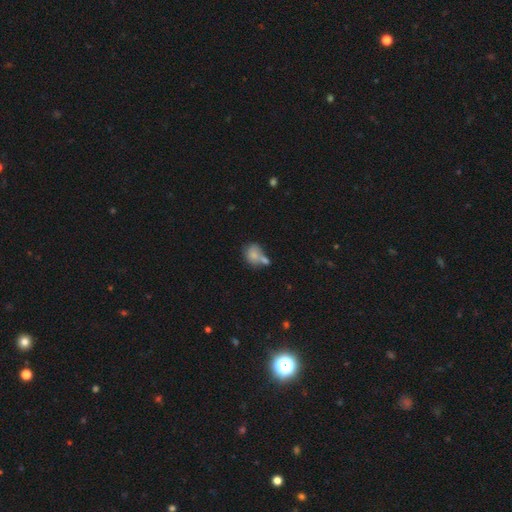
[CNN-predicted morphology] smooth-or-featured: smooth: 77% | featured or disk: 13% | star or artifact: 9%
  how-rounded: in between: 50% | round: 48% | cigar-shaped: 2%
  merging: merger: 46% | none: 32% | minor disturbance: 15% | major disturbance: 8%